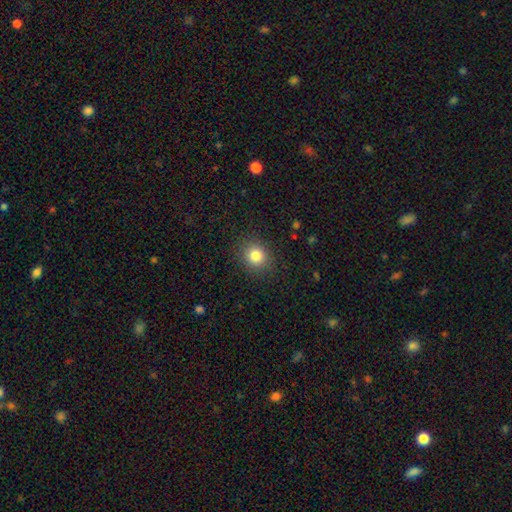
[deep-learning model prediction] This is clearly a smooth galaxy (83%). How rounded: likely round (80%). Merging: clearly none (88%).